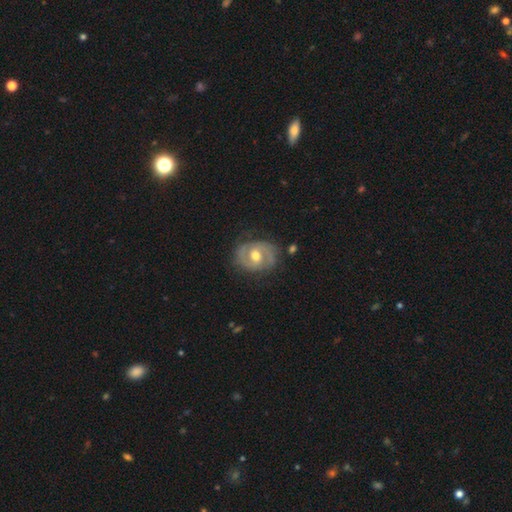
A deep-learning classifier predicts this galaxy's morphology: This is clearly a featured or disk galaxy (83%). It is clearly not viewed edge-on (97%). Bar: marginally no (44%). Spiral arm pattern: clearly yes (90%). Spiral arm count: clearly 2 (85%). Spiral winding: marginally tight (45%). Central bulge: likely moderate (78%). Merging: likely none (76%).